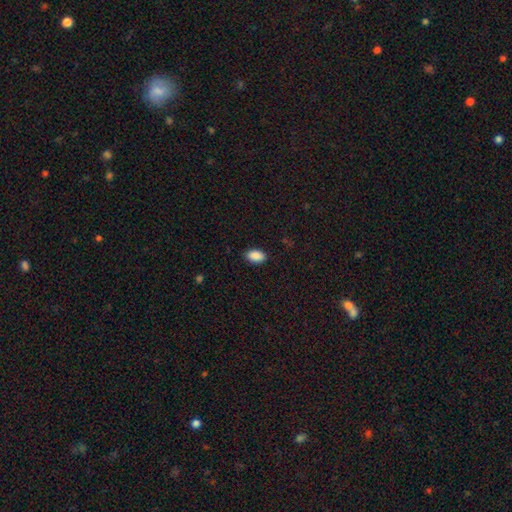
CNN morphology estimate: The model was most divided on "merging": none: 89%, minor disturbance: 8%, major disturbance: 2%, merger: 1%. More confident: how rounded — in between (93%); smooth or featured — smooth (90%).